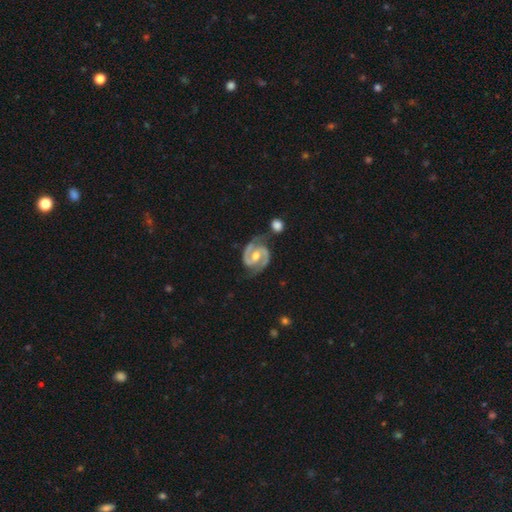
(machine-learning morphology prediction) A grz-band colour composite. It shows a featured or disk galaxy (92%) with a weak bar (45%), 2 (94%) medium (55%) spiral arms (98%) and a moderate central bulge (71%). Merging: none (74%).